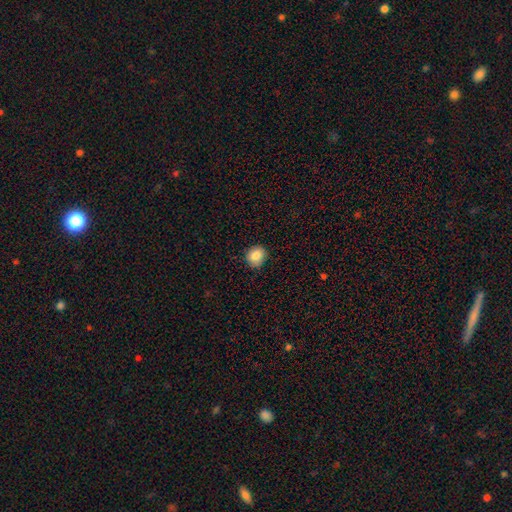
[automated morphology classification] Smooth or featured: smooth — 84% (star or artifact — 9%)
How rounded: round — 78% (in between — 21%)
Merging: none — 86% (minor disturbance — 11%)